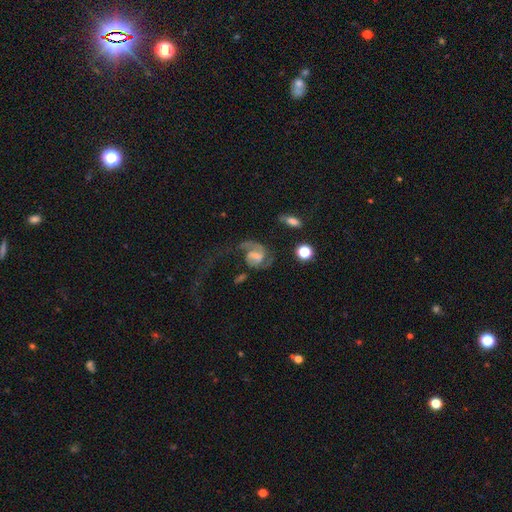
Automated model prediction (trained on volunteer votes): Smooth or featured?
  - featured or disk: 76% *
  - smooth: 16%
  - star or artifact: 8%
Edge-on disk?
  - no: 97% *
  - yes: 3%
Bar?
  - weak: 50% *
  - no: 32%
  - strong: 18%
Spiral arms?
  - yes: 91% *
  - no: 9%
Spiral winding?
  - medium: 44% *
  - loose: 38%
  - tight: 18%
Spiral arm count?
  - 2: 63% *
  - 1: 25%
  - can't tell: 7%
  - 3: 2%
  - 4: 1%
  - more than 4: 1%
Bulge size?
  - small: 42% *
  - moderate: 28%
  - none: 21%
  - large: 6%
  - dominant: 2%
Merging?
  - major disturbance: 43% *
  - none: 34%
  - minor disturbance: 16%
  - merger: 8%